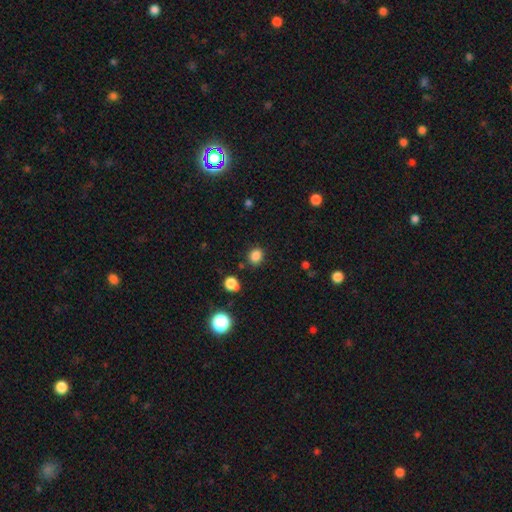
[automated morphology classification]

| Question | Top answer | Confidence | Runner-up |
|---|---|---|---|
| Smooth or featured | smooth | 83% | star or artifact (13%) |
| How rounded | round | 67% | in between (32%) |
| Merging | none | 83% | minor disturbance (10%) |